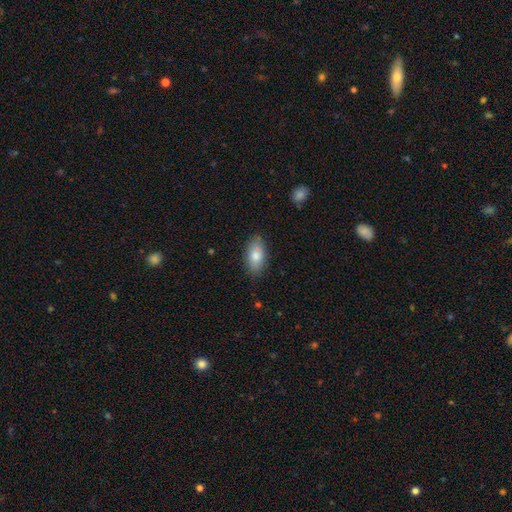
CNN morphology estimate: Overall: smooth (79%). How rounded: in between (91%). Merging: none (82%).